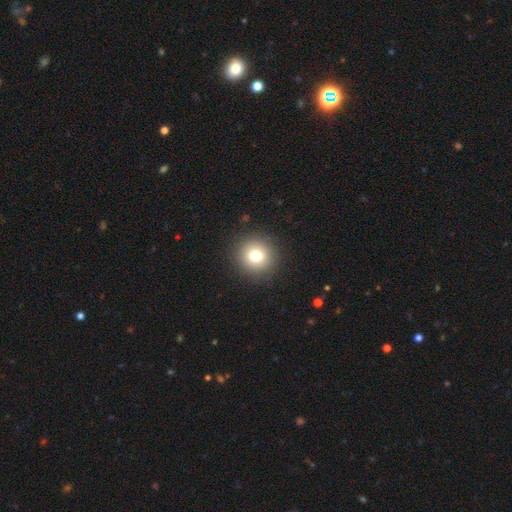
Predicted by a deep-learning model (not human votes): The model was most divided on "smooth or featured": smooth: 77%, star or artifact: 13%, featured or disk: 11%. More confident: how rounded — round (94%); merging — none (91%).